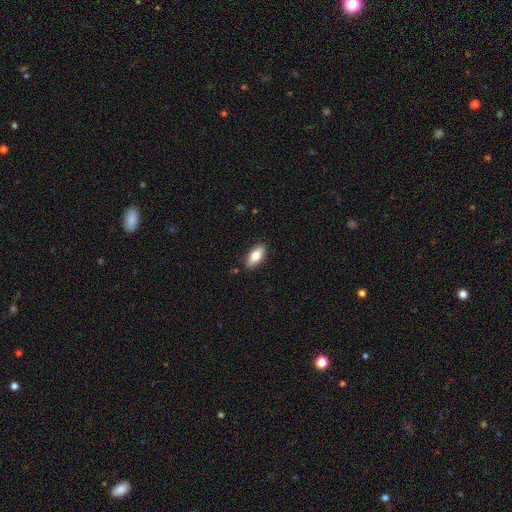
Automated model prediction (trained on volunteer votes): Smooth or featured: smooth — 78% (featured or disk — 15%)
How rounded: in between — 90% (cigar-shaped — 7%)
Merging: none — 86% (minor disturbance — 10%)